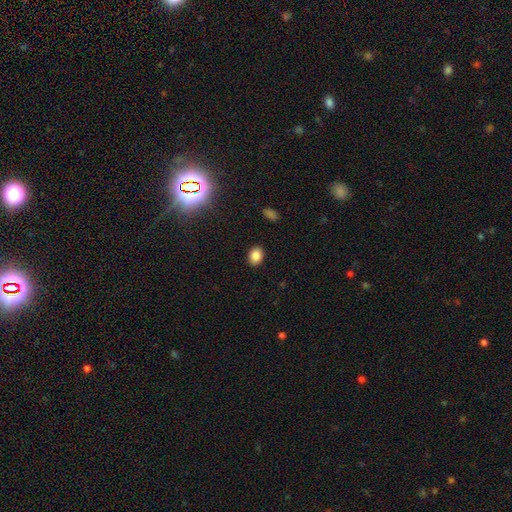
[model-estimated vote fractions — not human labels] smooth-or-featured: smooth: 84% | star or artifact: 11% | featured or disk: 5%
  how-rounded: in between: 65% | round: 34% | cigar-shaped: 1%
  merging: none: 89% | minor disturbance: 8% | major disturbance: 2% | merger: 1%